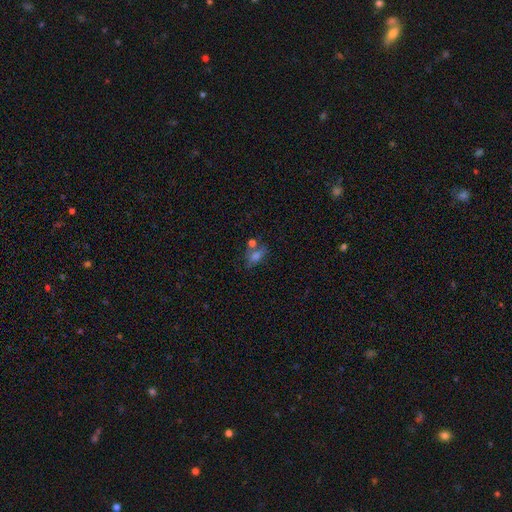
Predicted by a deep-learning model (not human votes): This appears to be a smooth galaxy with no disk features (56%) that is in between round and cigar-shaped (72%). Merging: none (53%).